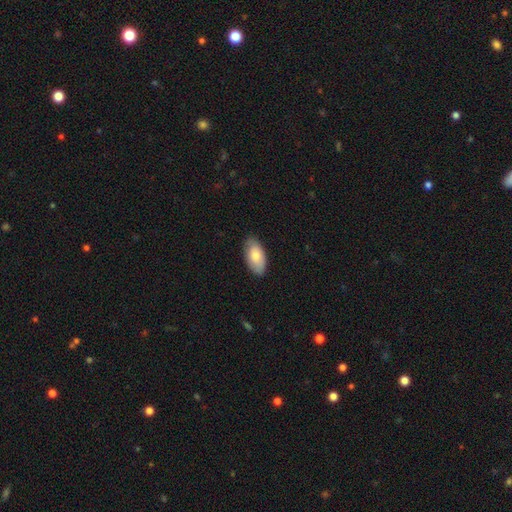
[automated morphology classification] A smooth galaxy with no disk features (76%) that is in between round and cigar-shaped (95%). Merging: none (84%).